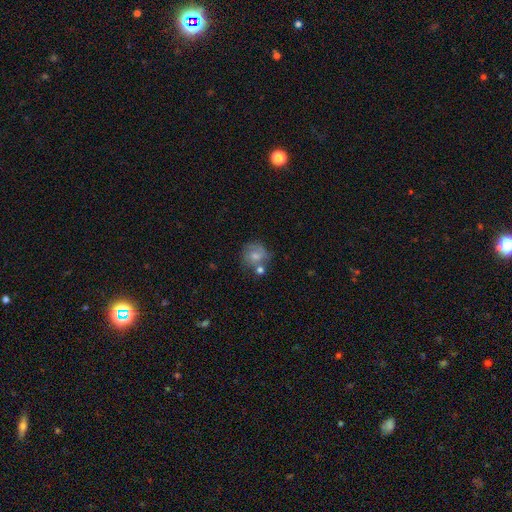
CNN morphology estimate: This is possibly a smooth galaxy (50%). How rounded: likely round (77%). Merging: possibly none (49%).